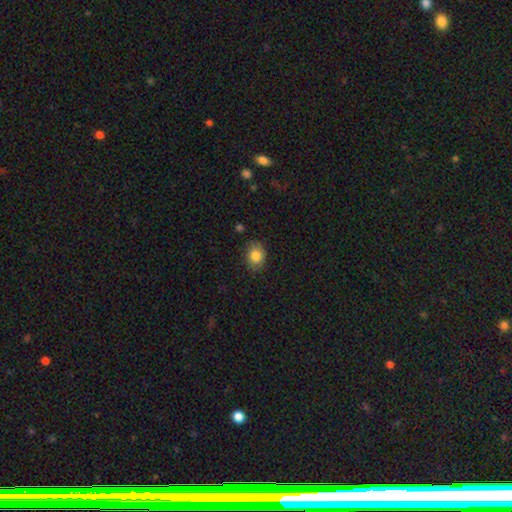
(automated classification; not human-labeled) Morphology: type=smooth (82%); roundness=in between (63%); merging=none (83%).